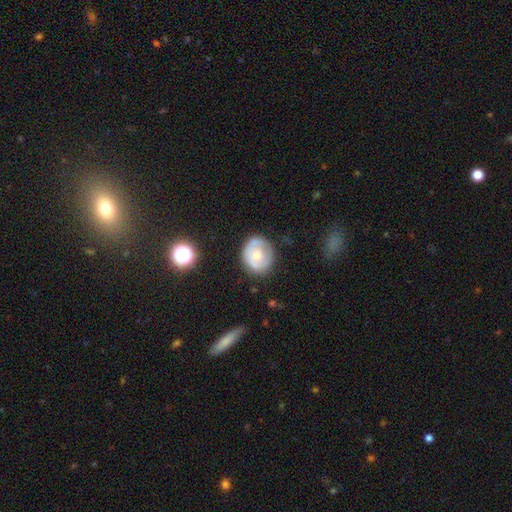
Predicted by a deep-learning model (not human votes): A smooth galaxy with no disk features (50%).

Vote fractions:
- Smooth or featured? smooth: 50% / featured or disk: 43% / star or artifact: 7%
- Merging? none: 66% / minor disturbance: 23% / major disturbance: 8% / merger: 4%